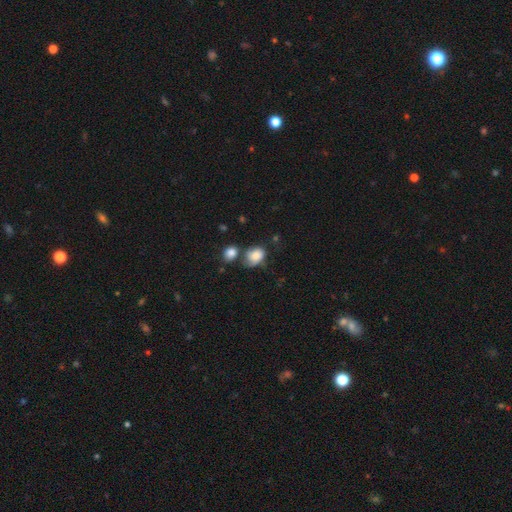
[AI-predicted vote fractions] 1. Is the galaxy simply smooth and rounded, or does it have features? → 73% smooth, 18% featured or disk, 9% star or artifact.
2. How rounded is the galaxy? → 60% in between, 39% round, 1% cigar-shaped.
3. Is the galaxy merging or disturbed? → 34% none, 27% minor disturbance, 24% merger, 15% major disturbance.